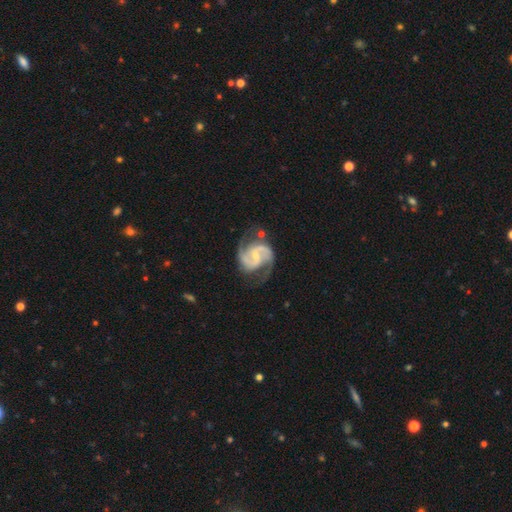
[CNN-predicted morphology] smooth-or-featured: featured or disk: 92% | star or artifact: 4% | smooth: 4%
  disk-edge-on: no: 98% | yes: 2%
    bar: weak: 50% | no: 32% | strong: 19%
    has-spiral-arms: yes: 98% | no: 2%
      spiral-winding: medium: 61% | tight: 21% | loose: 17%
      spiral-arm-count: 2: 91% | 3: 3% | can't tell: 2% | 1: 1% | 4: 1% | more than 4: 1%
    bulge-size: small: 62% | moderate: 29% | none: 7% | large: 1% | dominant: 1%
  merging: none: 68% | minor disturbance: 20% | major disturbance: 9% | merger: 3%